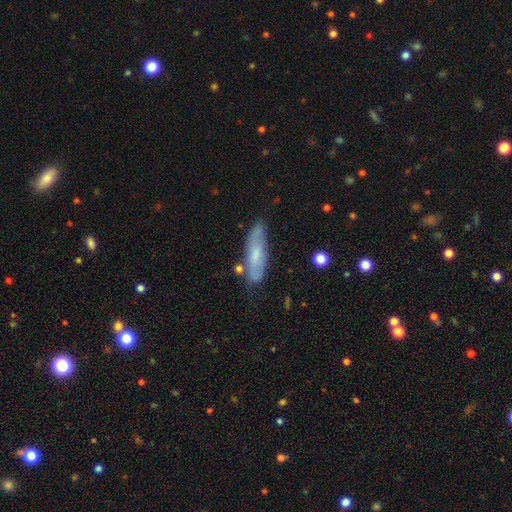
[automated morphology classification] smooth_or_featured: smooth (p=0.54) [alt: featured or disk p=0.39]
how_rounded: cigar-shaped (p=0.57) [alt: in between p=0.41]
merging: none (p=0.69) [alt: minor disturbance p=0.21]